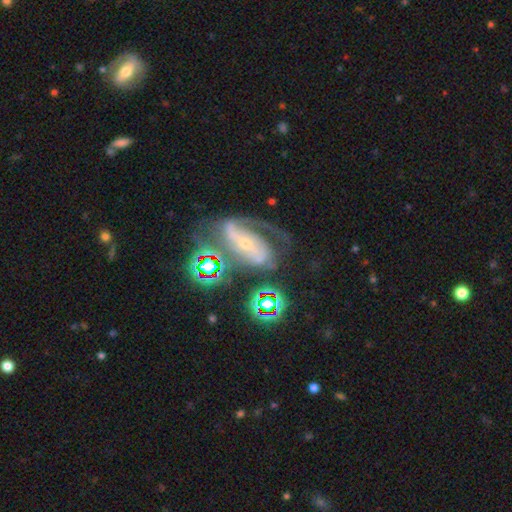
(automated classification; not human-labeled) smooth_or_featured: featured or disk (p=0.79) [alt: star or artifact p=0.12]
disk_edge_on: no (p=0.94) [alt: yes p=0.06]
bar: no (p=0.38) [alt: strong p=0.33]
has_spiral_arms: yes (p=0.90) [alt: no p=0.10]
spiral_winding: medium (p=0.44) [alt: tight p=0.36]
spiral_arm_count: 2 (p=0.64) [alt: can't tell p=0.16]
bulge_size: small (p=0.74) [alt: moderate p=0.21]
merging: none (p=0.47) [alt: major disturbance p=0.23]